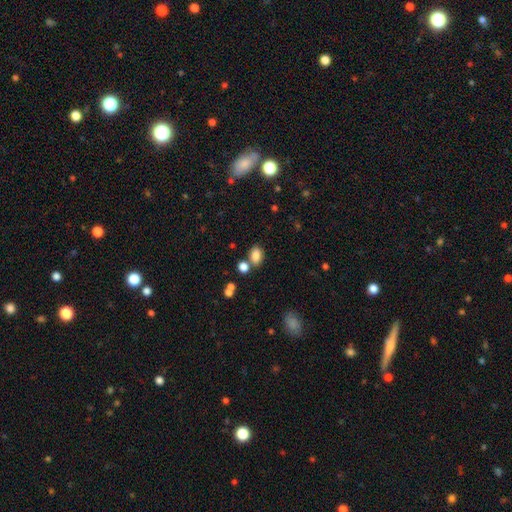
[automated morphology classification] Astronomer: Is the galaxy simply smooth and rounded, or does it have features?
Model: smooth — 83%.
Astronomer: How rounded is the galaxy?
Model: in between — 79%.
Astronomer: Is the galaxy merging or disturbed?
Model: none — 63%.